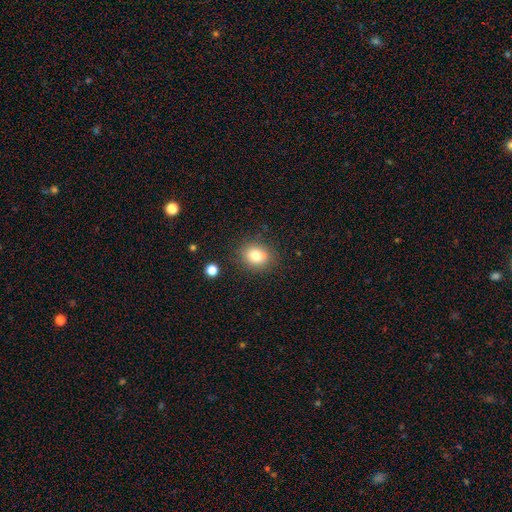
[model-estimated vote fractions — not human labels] A smooth galaxy with no disk features (79%) that is round (66%).

Vote fractions:
- Smooth or featured? smooth: 79% / star or artifact: 11% / featured or disk: 10%
- How rounded? round: 66% / in between: 33% / cigar-shaped: 1%
- Merging? none: 83% / minor disturbance: 11% / major disturbance: 3% / merger: 3%